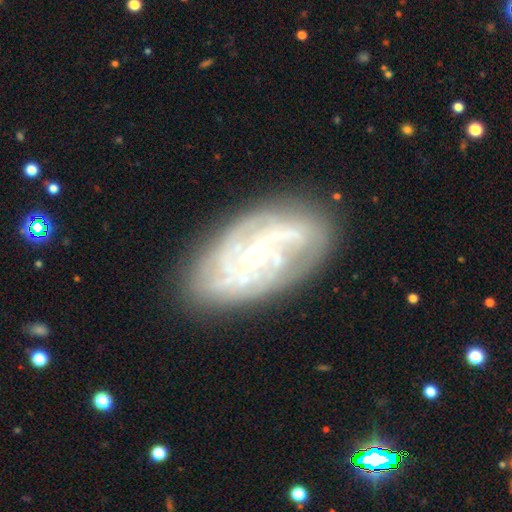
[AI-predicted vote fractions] featured or disk 83%, smooth 11%, star or artifact 6%. Down the decision tree: edge-on disk — no (94%); bar — no (52%); spiral arms — yes (93%); spiral arm count — can't tell (32%); spiral winding — tight (50%); bulge size — small (59%); merging — none (77%).